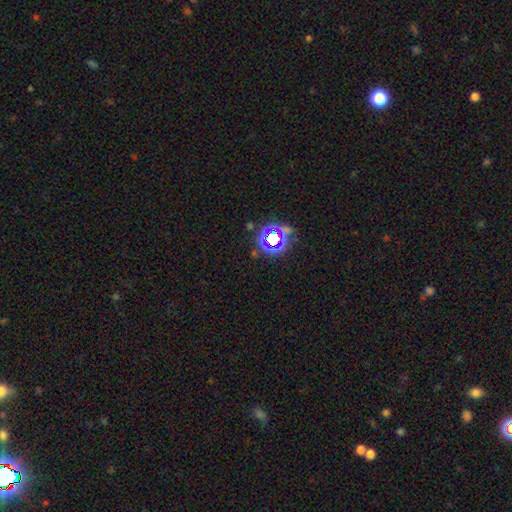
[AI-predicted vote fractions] Q: Smooth or featured?
A: star or artifact (72%); runner-up: smooth (18%)